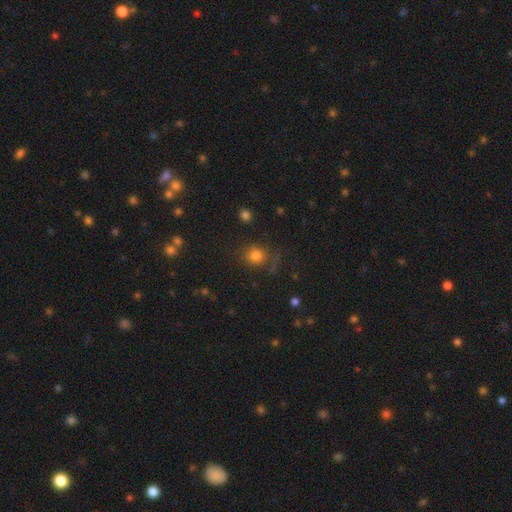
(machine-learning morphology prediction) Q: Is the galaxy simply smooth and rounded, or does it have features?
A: smooth — 78%.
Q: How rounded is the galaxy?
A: round — 77%.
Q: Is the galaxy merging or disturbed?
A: none — 73%.